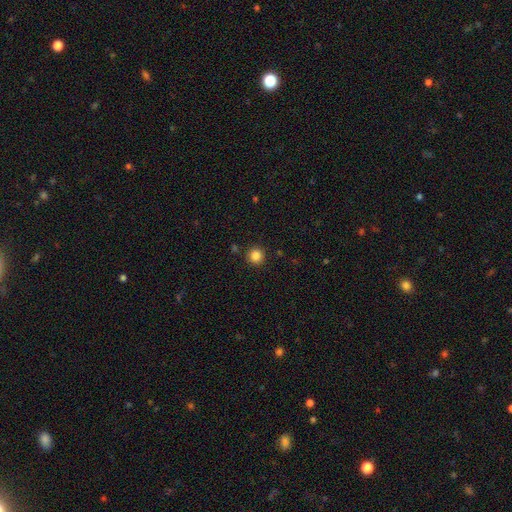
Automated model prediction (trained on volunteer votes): Q: Smooth or featured?
A: smooth (85%); runner-up: star or artifact (11%)
Q: How rounded?
A: round (95%); runner-up: in between (4%)
Q: Merging?
A: none (91%); runner-up: minor disturbance (5%)